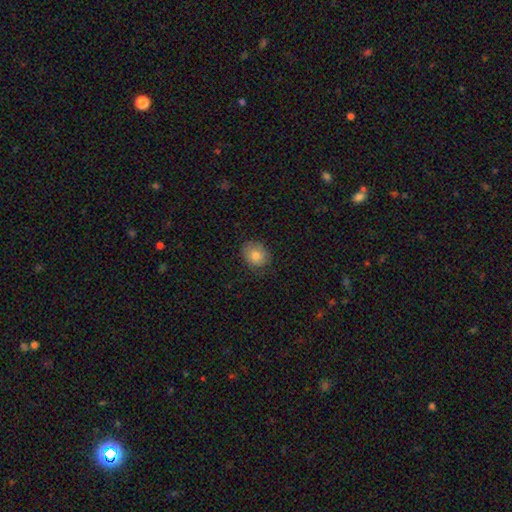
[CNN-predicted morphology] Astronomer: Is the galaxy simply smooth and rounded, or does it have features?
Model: smooth — 80%.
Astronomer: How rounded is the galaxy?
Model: round — 60% (runner-up: in between, 39%).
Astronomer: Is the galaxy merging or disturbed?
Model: none — 80%.